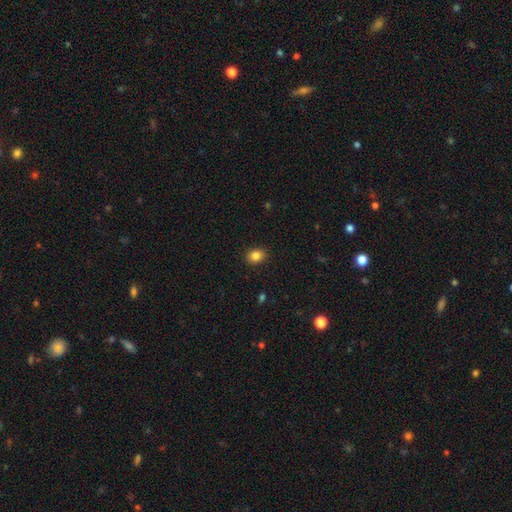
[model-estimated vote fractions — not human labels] A smooth galaxy with no disk features (85%) that is round (51%).

Vote fractions:
- Smooth or featured? smooth: 85% / star or artifact: 10% / featured or disk: 5%
- How rounded? round: 51% / in between: 48% / cigar-shaped: 1%
- Merging? none: 90% / minor disturbance: 7% / major disturbance: 2% / merger: 1%